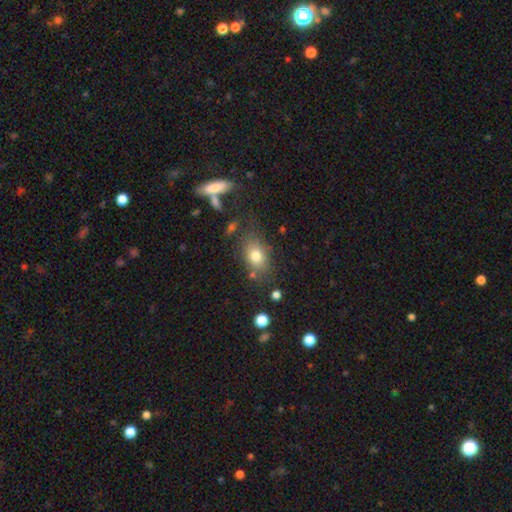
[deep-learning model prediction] This is likely a smooth galaxy (77%). How rounded: likely in between (75%). Merging: likely none (71%).